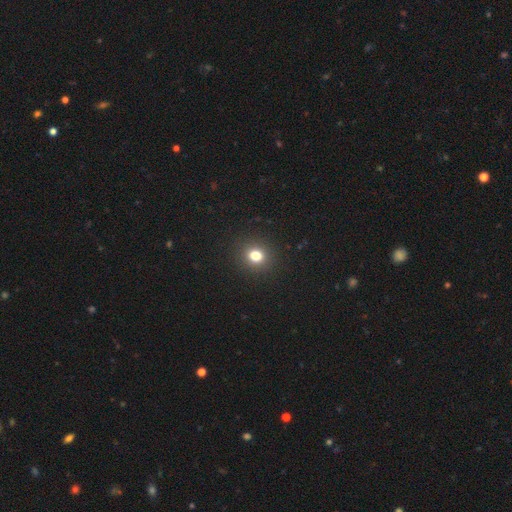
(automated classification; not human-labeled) Overall: smooth (79%). How rounded: round (78%). Merging: none (91%).